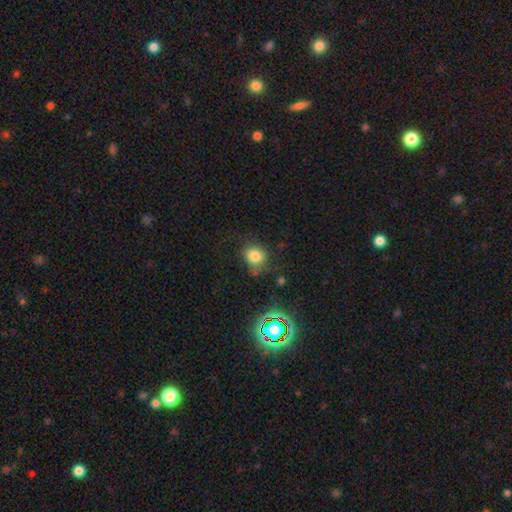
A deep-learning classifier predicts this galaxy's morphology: The model was most divided on "merging": none: 63%, minor disturbance: 23%, major disturbance: 10%, merger: 4%. More confident: smooth or featured — smooth (74%); how rounded — round (73%).